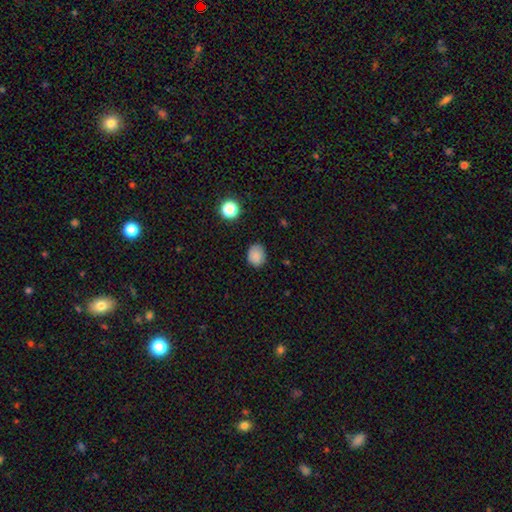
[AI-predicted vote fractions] Smooth or featured? smooth (85%)
How rounded? round (54%)
Merging? none (81%)